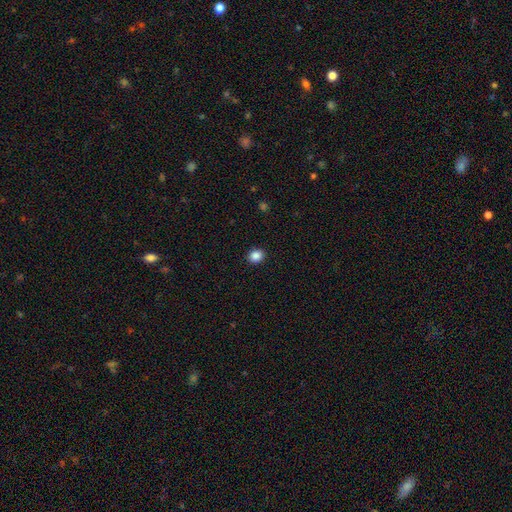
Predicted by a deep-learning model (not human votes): Smooth or featured?
  - smooth: 87% *
  - star or artifact: 10%
  - featured or disk: 3%
How rounded?
  - round: 72% *
  - in between: 28%
  - cigar-shaped: 1%
Merging?
  - none: 92% *
  - minor disturbance: 6%
  - major disturbance: 2%
  - merger: 1%